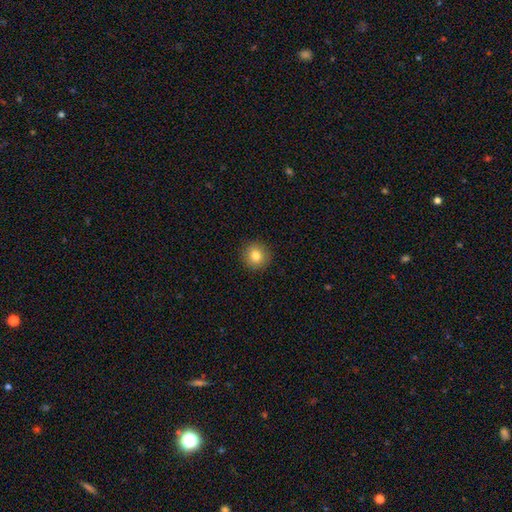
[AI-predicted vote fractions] A smooth galaxy with no disk features (83%) that is round (91%).

Vote fractions:
- Smooth or featured? smooth: 83% / star or artifact: 10% / featured or disk: 7%
- How rounded? round: 91% / in between: 8% / cigar-shaped: 1%
- Merging? none: 91% / minor disturbance: 6% / major disturbance: 2% / merger: 1%